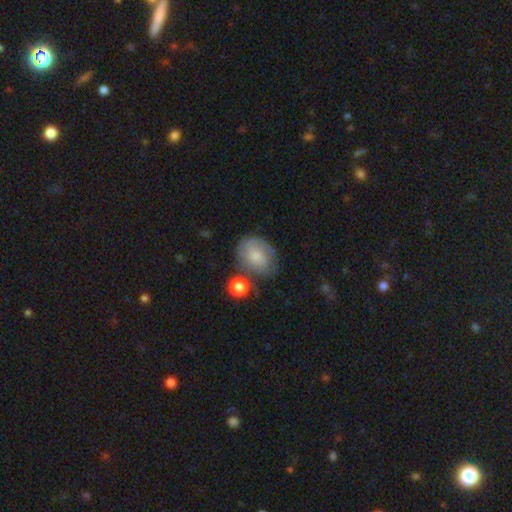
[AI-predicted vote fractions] A smooth galaxy with no disk features (65%) that is round (52%).

Vote fractions:
- Smooth or featured? smooth: 65% / featured or disk: 27% / star or artifact: 8%
- How rounded? round: 52% / in between: 47% / cigar-shaped: 1%
- Merging? none: 53% / minor disturbance: 26% / merger: 10% / major disturbance: 10%